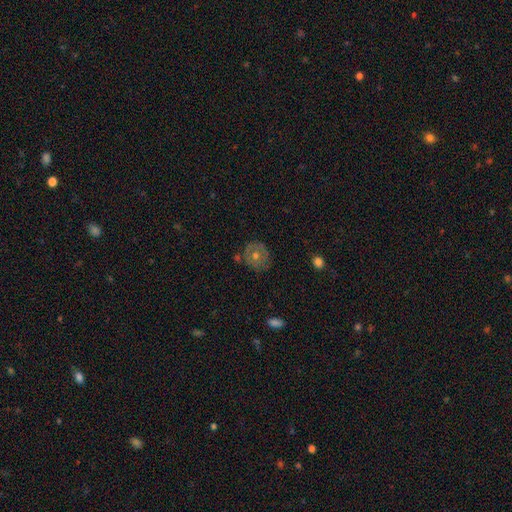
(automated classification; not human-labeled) This is possibly a featured or disk galaxy (47%). Merging: likely none (77%).